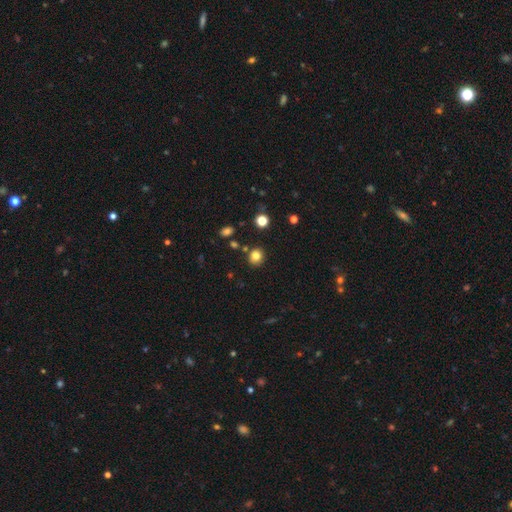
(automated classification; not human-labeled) Smooth or featured?
  - smooth: 81% *
  - star or artifact: 13%
  - featured or disk: 6%
How rounded?
  - round: 80% *
  - in between: 19%
  - cigar-shaped: 1%
Merging?
  - none: 84% *
  - minor disturbance: 9%
  - merger: 5%
  - major disturbance: 2%